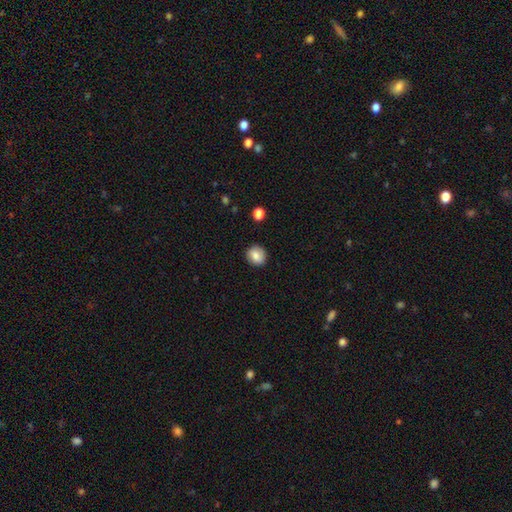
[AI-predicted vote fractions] The model was most divided on "how rounded": round: 82%, in between: 17%, cigar-shaped: 1%. More confident: merging — none (89%); smooth or featured — smooth (81%).